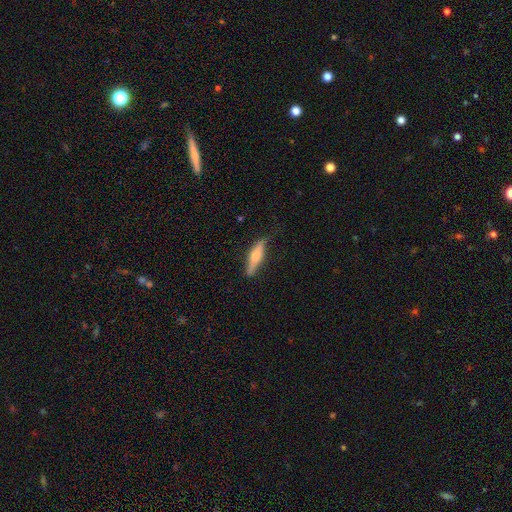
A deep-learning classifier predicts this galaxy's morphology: smooth-or-featured: smooth: 56% | featured or disk: 38% | star or artifact: 7%
  how-rounded: cigar-shaped: 68% | in between: 30% | round: 2%
  merging: none: 73% | minor disturbance: 20% | major disturbance: 5% | merger: 2%